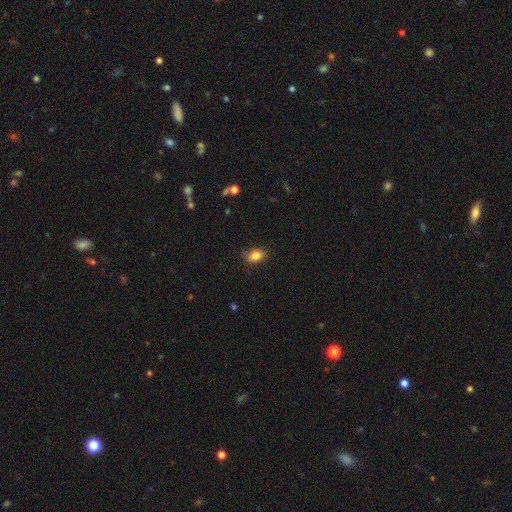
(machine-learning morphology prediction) Q: Smooth or featured?
A: smooth (84%); runner-up: star or artifact (10%)
Q: How rounded?
A: in between (76%); runner-up: round (23%)
Q: Merging?
A: none (77%); runner-up: minor disturbance (17%)